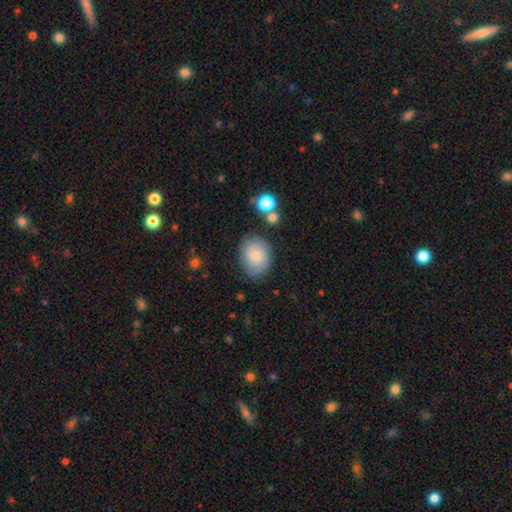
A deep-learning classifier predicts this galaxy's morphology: A smooth galaxy with no disk features (72%) that is round (50%).

Vote fractions:
- Smooth or featured? smooth: 72% / featured or disk: 20% / star or artifact: 8%
- How rounded? round: 50% / in between: 49% / cigar-shaped: 1%
- Merging? none: 75% / minor disturbance: 17% / major disturbance: 5% / merger: 4%